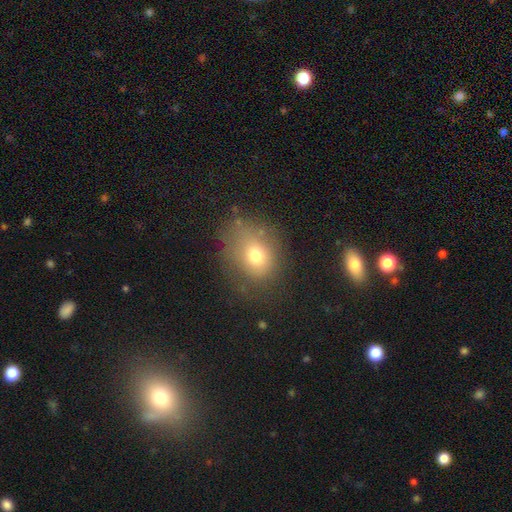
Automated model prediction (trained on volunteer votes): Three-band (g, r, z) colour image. It shows a smooth galaxy with no disk features (72%) that is round (51%). Merging: none (68%).